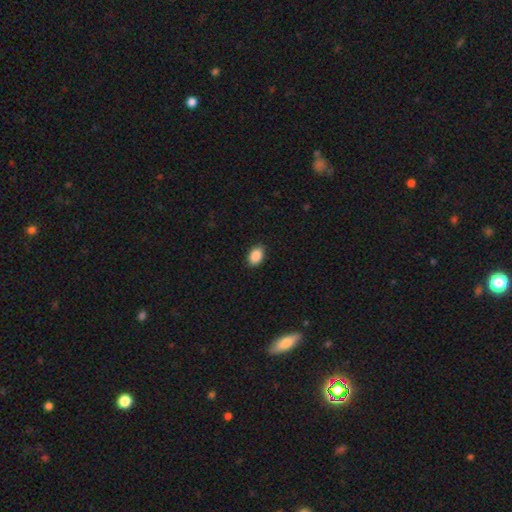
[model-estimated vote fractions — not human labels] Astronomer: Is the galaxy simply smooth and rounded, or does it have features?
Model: smooth — 90%.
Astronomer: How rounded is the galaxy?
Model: in between — 87%.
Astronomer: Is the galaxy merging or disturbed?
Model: none — 89%.